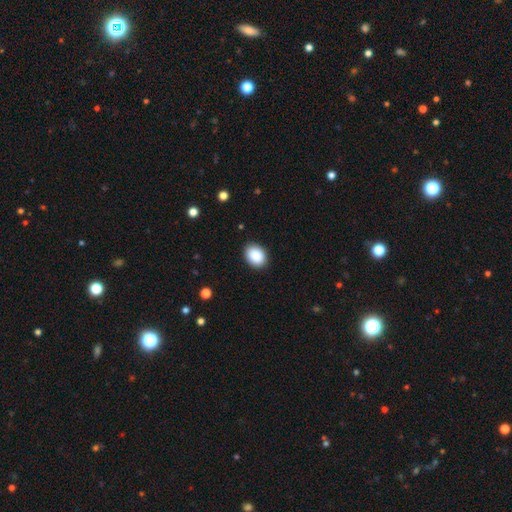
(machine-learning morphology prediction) Smooth or featured? smooth (89%)
How rounded? in between (68%)
Merging? none (88%)